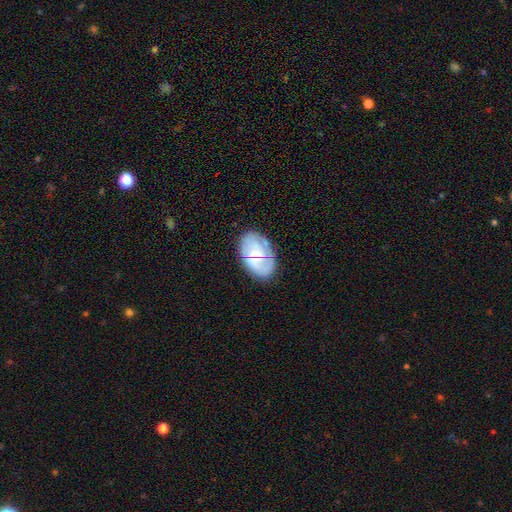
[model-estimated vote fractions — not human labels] A featured or disk galaxy (56%) with no bar (51%), spiral arms (69%) and a small central bulge (52%). Merging: none (73%).